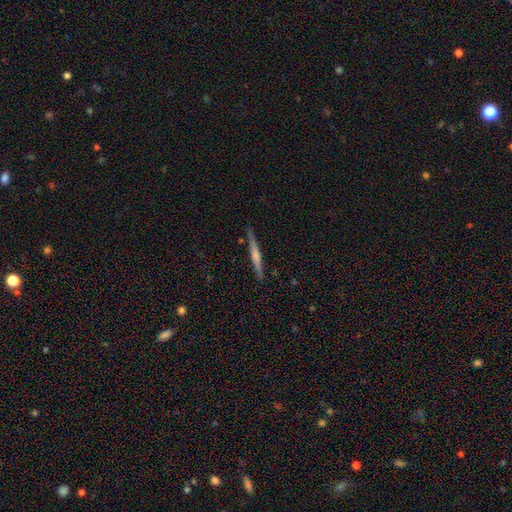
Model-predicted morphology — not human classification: The model was most divided on "smooth or featured": featured or disk: 61%, smooth: 33%, star or artifact: 6%. More confident: edge-on disk — yes (98%); merging — none (87%); edge-on bulge — rounded (64%).